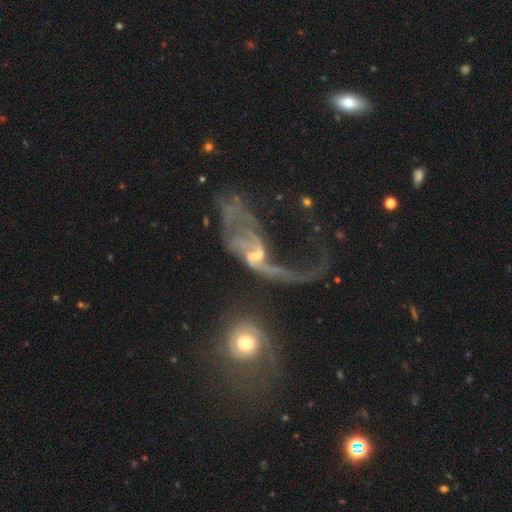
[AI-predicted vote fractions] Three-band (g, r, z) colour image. It shows a featured or disk galaxy (77%) with no bar (52%), 2 (52%) loose (79%) spiral arms (72%) and a small central bulge (54%). Merging: major disturbance (49%).